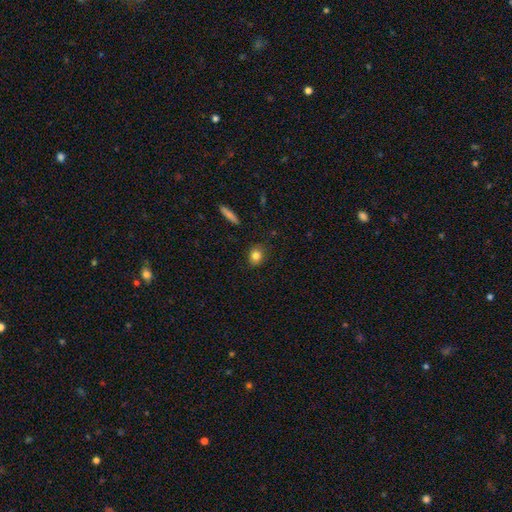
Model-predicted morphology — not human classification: smooth 82%, star or artifact 9%, featured or disk 9%. Down the decision tree: how rounded — round (57%); merging — none (84%).